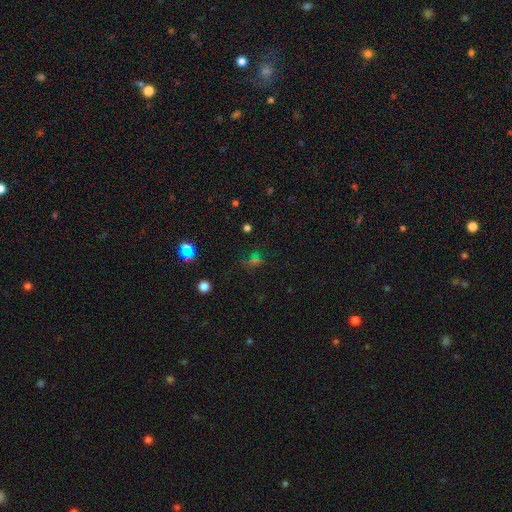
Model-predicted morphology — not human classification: star or artifact 53%, smooth 34%, featured or disk 13%.